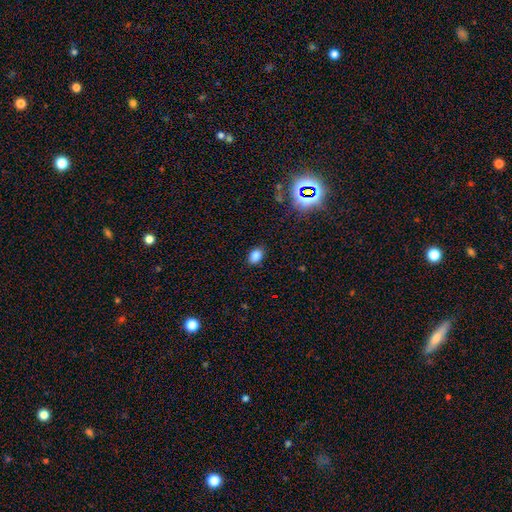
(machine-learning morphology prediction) type=smooth (83%); roundness=in between (79%); merging=none (86%).